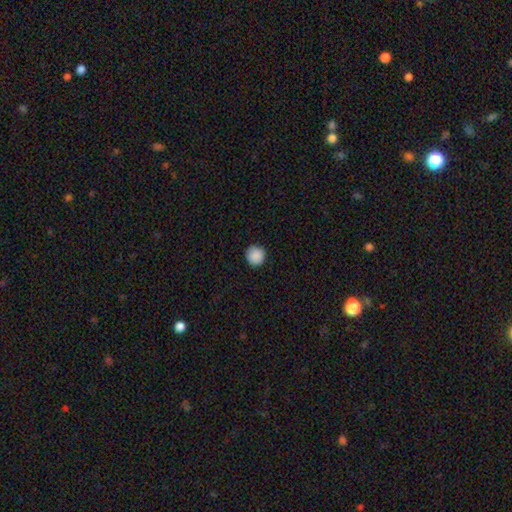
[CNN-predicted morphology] Smooth or featured: smooth — 89% (star or artifact — 8%)
How rounded: round — 95% (in between — 4%)
Merging: none — 92% (minor disturbance — 6%)